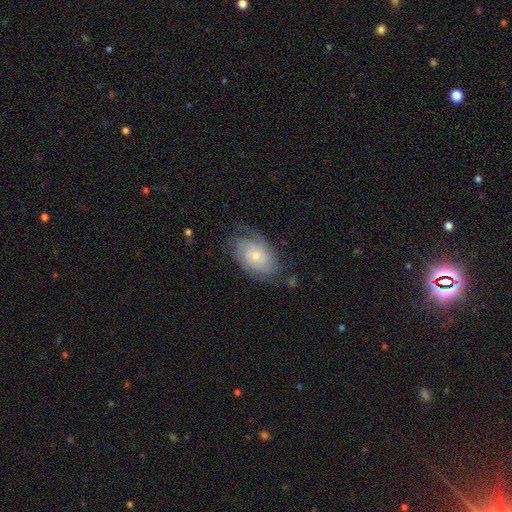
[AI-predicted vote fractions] Smooth or featured: featured or disk — 71% (smooth — 22%)
Edge-on disk: no — 96% (yes — 4%)
Bar: no — 76% (weak — 21%)
Spiral arms: yes — 91% (no — 9%)
Spiral winding: tight — 58% (medium — 30%)
Spiral arm count: 2 — 37% (can't tell — 36%)
Bulge size: small — 57% (moderate — 37%)
Merging: none — 64% (minor disturbance — 23%)